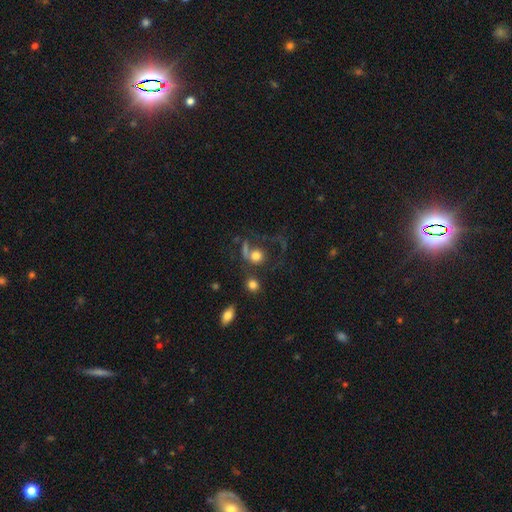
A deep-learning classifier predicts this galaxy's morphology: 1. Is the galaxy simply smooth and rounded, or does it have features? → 66% smooth, 21% featured or disk, 13% star or artifact.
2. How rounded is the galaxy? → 83% round, 16% in between, 1% cigar-shaped.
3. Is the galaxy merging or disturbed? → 45% none, 23% major disturbance, 19% merger, 14% minor disturbance.